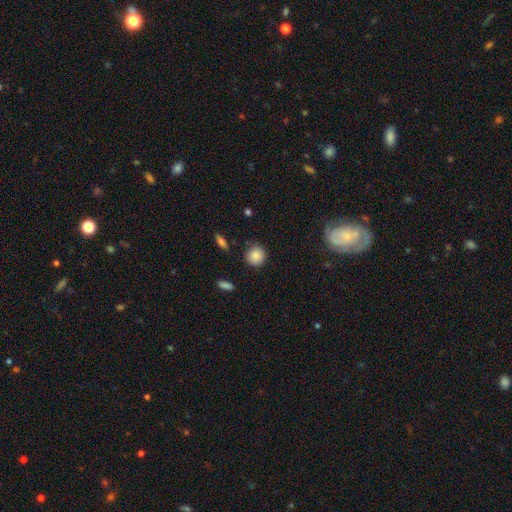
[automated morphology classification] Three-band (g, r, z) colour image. It shows a smooth galaxy with no disk features (86%) that is round (90%). Merging: none (87%).